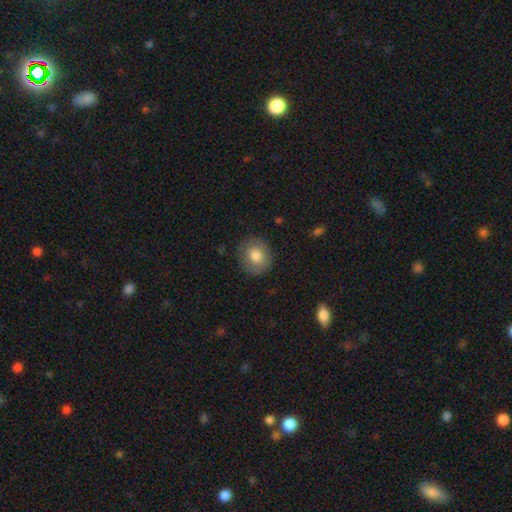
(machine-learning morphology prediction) Overall: smooth (79%). How rounded: round (81%). Merging: none (85%).